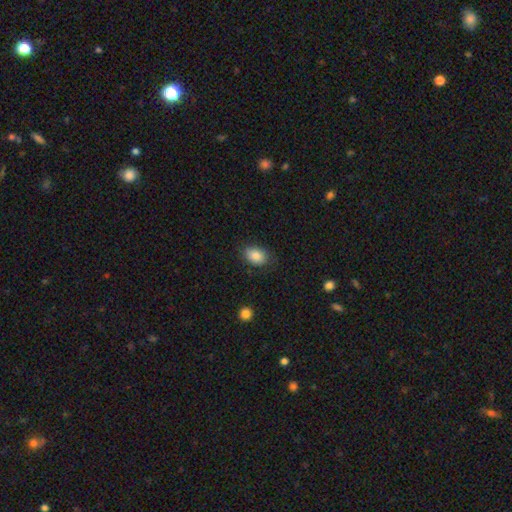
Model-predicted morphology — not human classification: This appears to be a smooth galaxy with no disk features (84%) that is in between round and cigar-shaped (76%). Merging: none (75%).